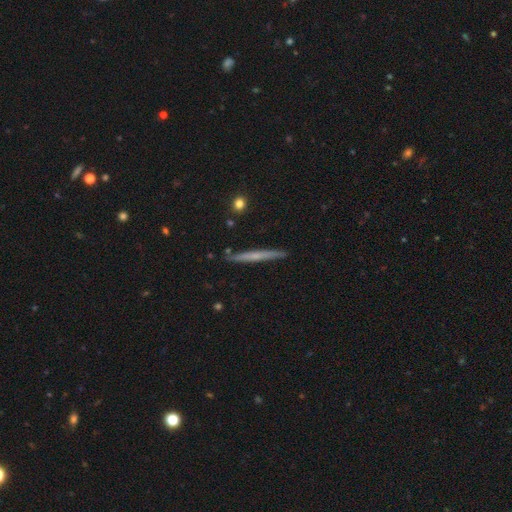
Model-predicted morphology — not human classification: smooth-or-featured: featured or disk: 54% | smooth: 40% | star or artifact: 6%
  disk-edge-on: yes: 97% | no: 3%
    edge-on-bulge: none: 68% | rounded: 26% | boxy: 6%
  merging: none: 89% | minor disturbance: 8% | merger: 2% | major disturbance: 1%